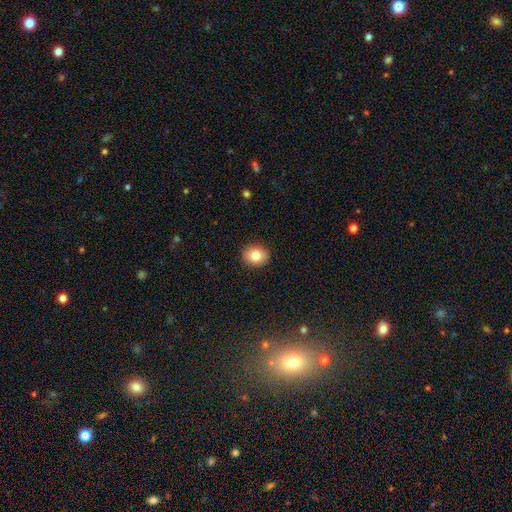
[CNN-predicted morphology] Smooth or featured? Predicted: smooth (p=0.83). How rounded? Predicted: round (p=0.61). Merging? Predicted: none (p=0.90).